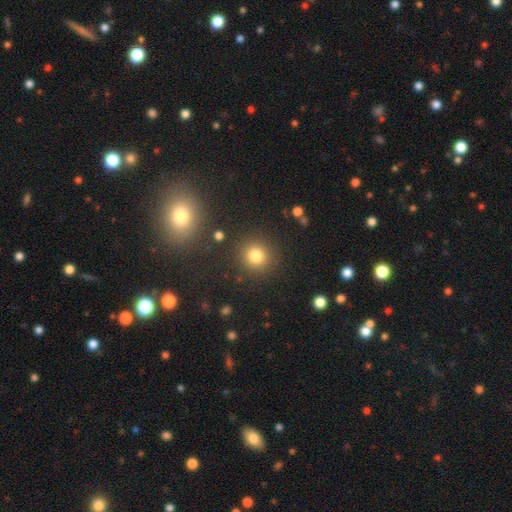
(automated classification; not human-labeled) The model was most divided on "smooth or featured": smooth: 80%, star or artifact: 14%, featured or disk: 6%. More confident: how rounded — round (92%); merging — none (87%).